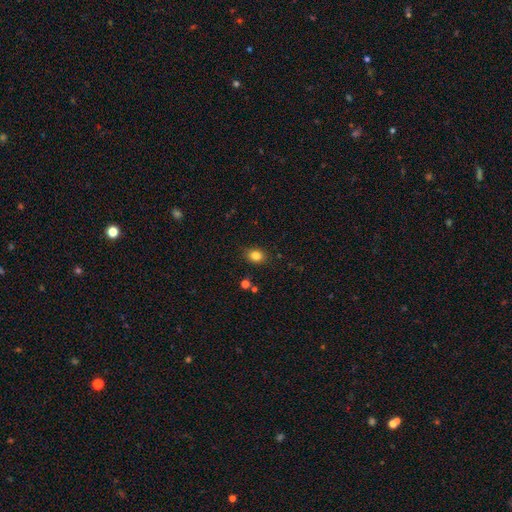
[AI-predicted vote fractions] Q: Smooth or featured?
A: smooth (83%); runner-up: star or artifact (11%)
Q: How rounded?
A: in between (50%); runner-up: round (49%)
Q: Merging?
A: none (85%); runner-up: minor disturbance (11%)